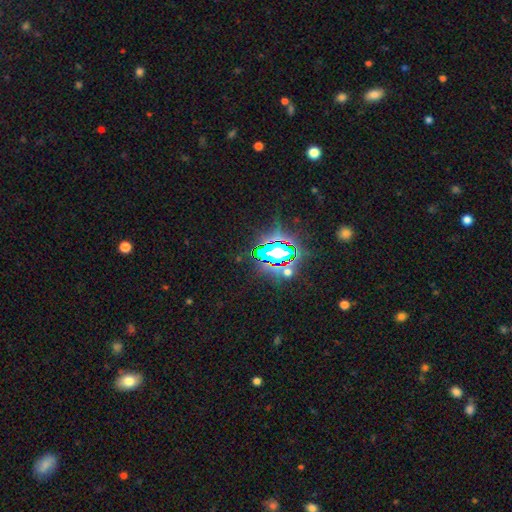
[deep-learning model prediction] Smooth or featured? star or artifact (77%)